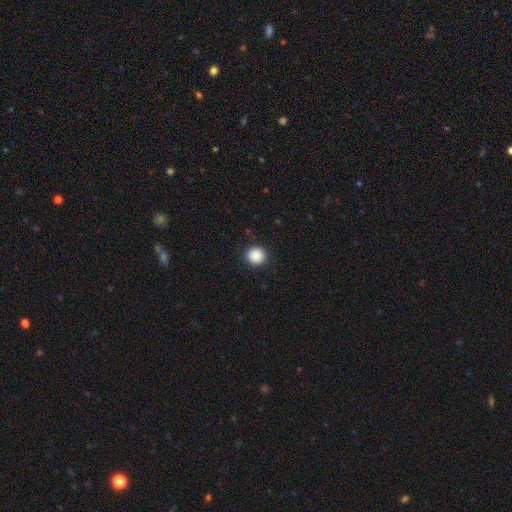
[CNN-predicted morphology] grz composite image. It shows a smooth galaxy with no disk features (88%) that is round (94%). Merging: none (92%).